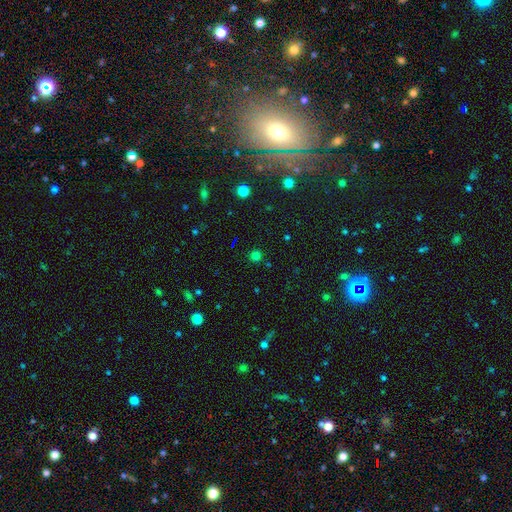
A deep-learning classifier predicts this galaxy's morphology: Smooth or featured?
  - smooth: 71% *
  - star or artifact: 25%
  - featured or disk: 5%
How rounded?
  - round: 93% *
  - in between: 6%
  - cigar-shaped: 1%
Merging?
  - none: 89% *
  - minor disturbance: 7%
  - major disturbance: 2%
  - merger: 2%